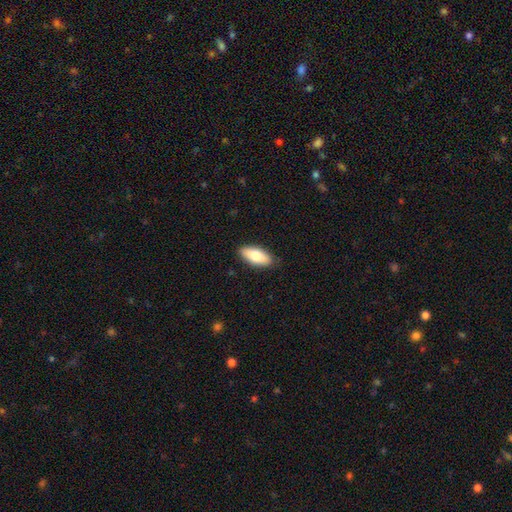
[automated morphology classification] This appears to be a smooth galaxy with no disk features (77%) that is in between round and cigar-shaped (82%). Merging: none (88%).